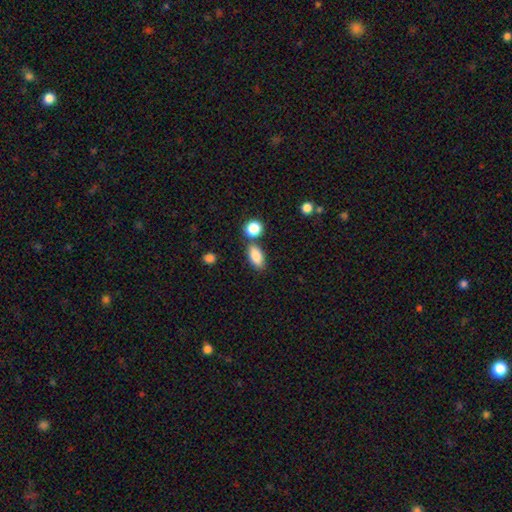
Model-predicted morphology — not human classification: Smooth or featured?
  - smooth: 85% *
  - star or artifact: 8%
  - featured or disk: 7%
How rounded?
  - in between: 86% *
  - round: 7%
  - cigar-shaped: 7%
Merging?
  - none: 72% *
  - merger: 13%
  - minor disturbance: 11%
  - major disturbance: 3%